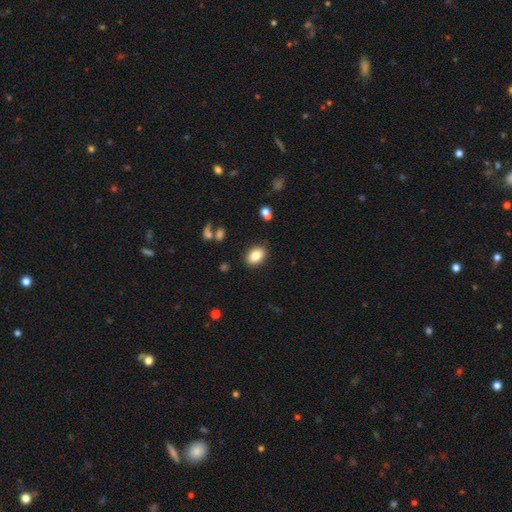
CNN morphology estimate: Q: Smooth or featured?
A: smooth (83%); runner-up: star or artifact (9%)
Q: How rounded?
A: in between (82%); runner-up: round (17%)
Q: Merging?
A: none (87%); runner-up: minor disturbance (9%)